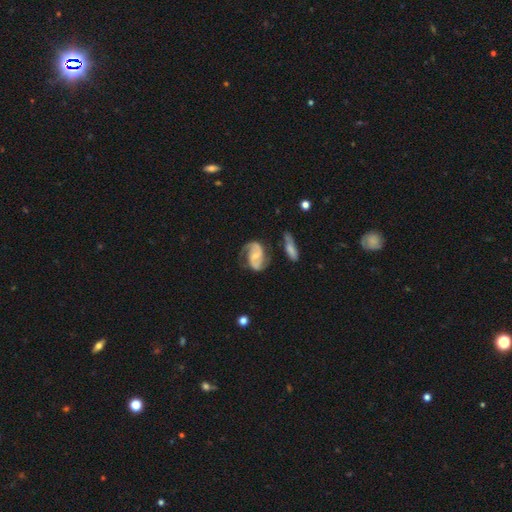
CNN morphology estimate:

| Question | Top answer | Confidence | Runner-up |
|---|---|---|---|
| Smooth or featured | featured or disk | 86% | smooth (9%) |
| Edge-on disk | no | 97% | yes (3%) |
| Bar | weak | 42% | no (40%) |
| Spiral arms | yes | 96% | no (4%) |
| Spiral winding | medium | 51% | loose (25%) |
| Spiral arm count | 2 | 89% | can't tell (4%) |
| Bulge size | small | 56% | moderate (31%) |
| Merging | none | 62% | minor disturbance (20%) |